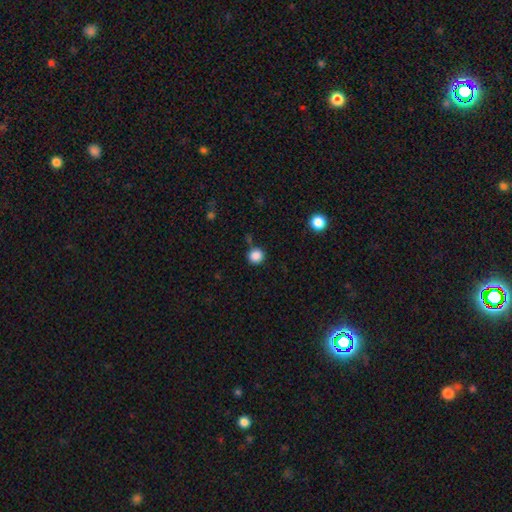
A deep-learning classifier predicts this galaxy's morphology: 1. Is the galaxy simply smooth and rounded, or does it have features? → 86% smooth, 11% star or artifact, 3% featured or disk.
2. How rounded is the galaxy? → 92% round, 7% in between, 1% cigar-shaped.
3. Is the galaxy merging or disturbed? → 83% none, 10% minor disturbance, 5% merger, 3% major disturbance.